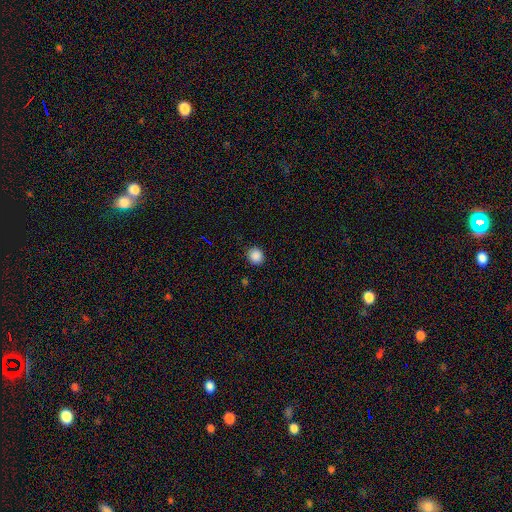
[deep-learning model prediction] A smooth galaxy with no disk features (87%) that is round (84%). Merging: none (90%).